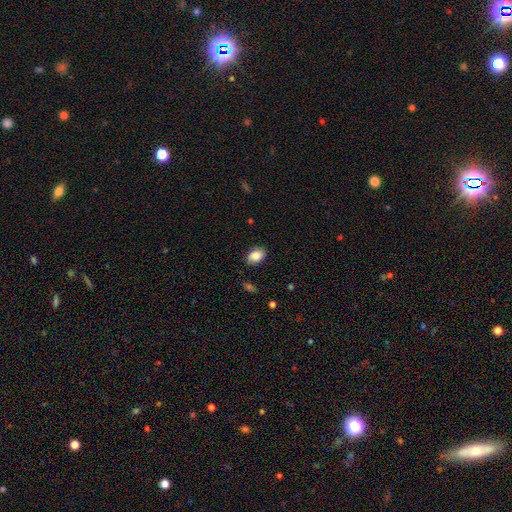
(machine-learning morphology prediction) smooth-or-featured: smooth: 88% | star or artifact: 8% | featured or disk: 5%
  how-rounded: in between: 85% | round: 14% | cigar-shaped: 1%
  merging: none: 84% | minor disturbance: 12% | major disturbance: 3% | merger: 1%